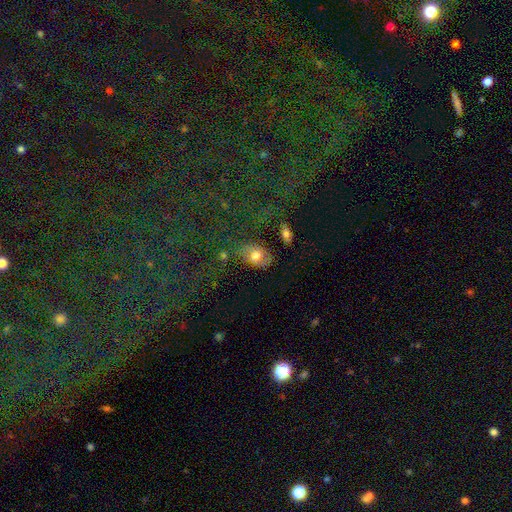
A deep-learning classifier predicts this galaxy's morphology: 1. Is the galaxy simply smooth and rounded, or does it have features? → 65% smooth, 24% featured or disk, 11% star or artifact.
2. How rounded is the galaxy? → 81% in between, 17% round, 2% cigar-shaped.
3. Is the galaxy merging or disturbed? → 63% none, 22% minor disturbance, 9% major disturbance, 6% merger.